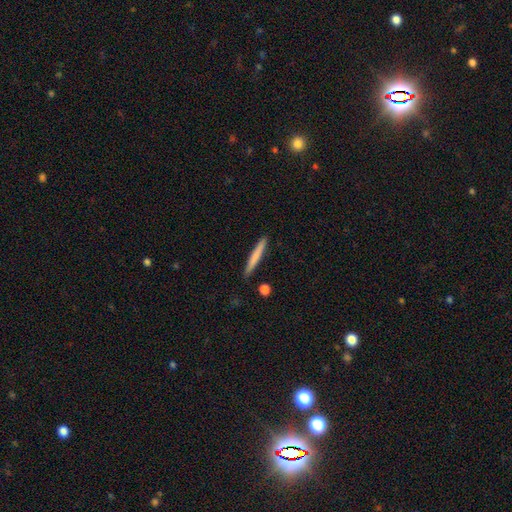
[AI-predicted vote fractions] smooth-or-featured: smooth: 72% | featured or disk: 22% | star or artifact: 6%
  how-rounded: cigar-shaped: 96% | in between: 3% | round: 1%
  merging: none: 89% | minor disturbance: 7% | merger: 2% | major disturbance: 2%